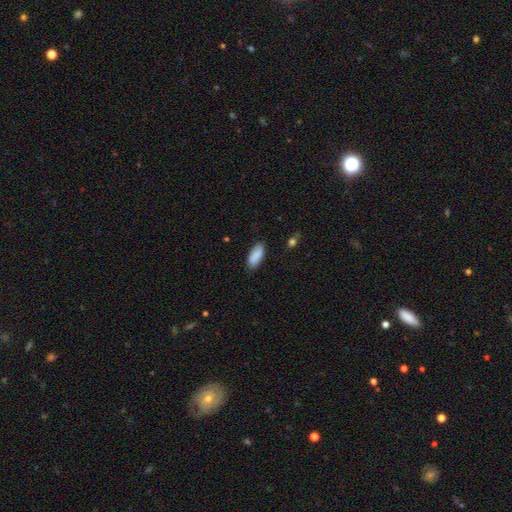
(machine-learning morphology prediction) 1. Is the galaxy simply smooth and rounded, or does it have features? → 89% smooth, 6% star or artifact, 5% featured or disk.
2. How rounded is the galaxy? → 84% in between, 15% cigar-shaped, 2% round.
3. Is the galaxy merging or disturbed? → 84% none, 12% minor disturbance, 2% major disturbance, 1% merger.